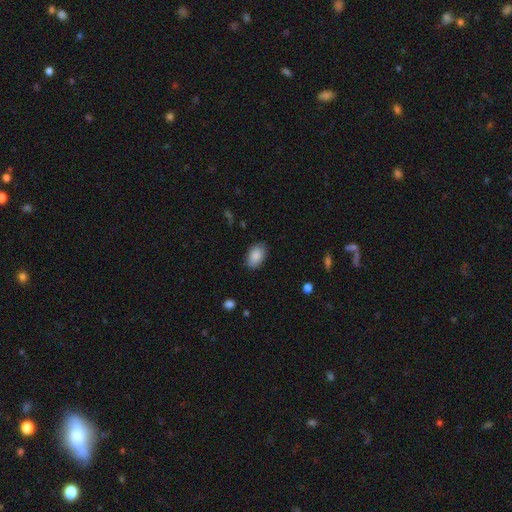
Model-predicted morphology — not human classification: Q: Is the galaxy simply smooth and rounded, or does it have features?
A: smooth — 88%.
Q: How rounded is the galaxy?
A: in between — 91%.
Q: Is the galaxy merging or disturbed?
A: none — 84%.